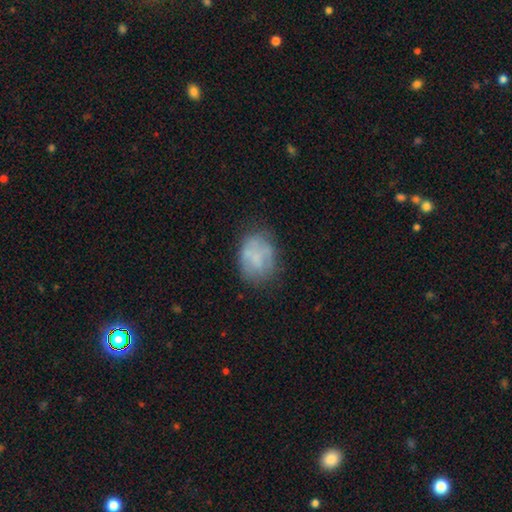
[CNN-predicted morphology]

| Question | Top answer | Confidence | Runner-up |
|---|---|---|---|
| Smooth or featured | smooth | 51% | featured or disk (39%) |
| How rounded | in between | 59% | round (40%) |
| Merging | none | 60% | minor disturbance (24%) |